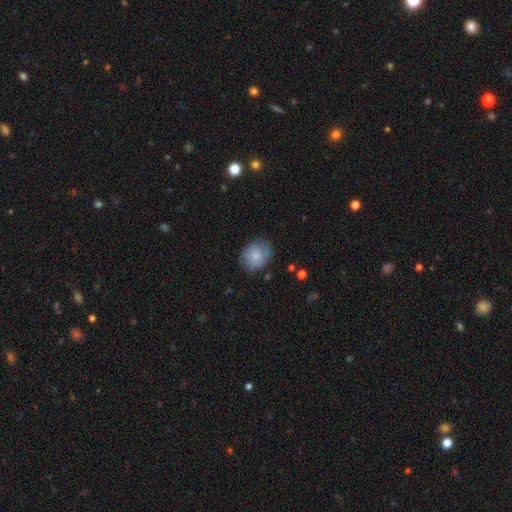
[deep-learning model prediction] Smooth or featured? Predicted: smooth (p=0.72). How rounded? Predicted: round (p=0.50). Merging? Predicted: none (p=0.72).